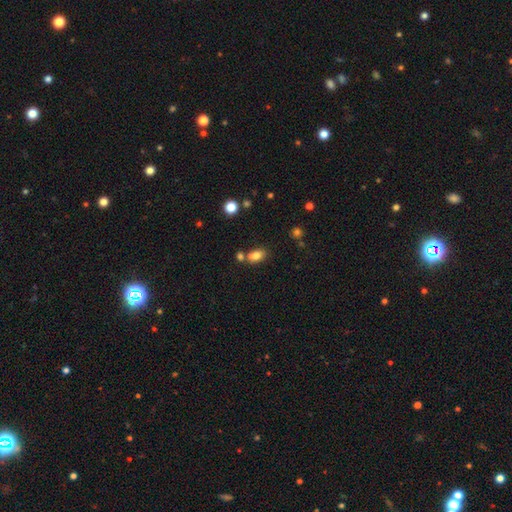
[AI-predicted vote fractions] The model was most divided on "merging": none: 54%, merger: 29%, minor disturbance: 13%, major disturbance: 4%. More confident: how rounded — in between (86%); smooth or featured — smooth (80%).